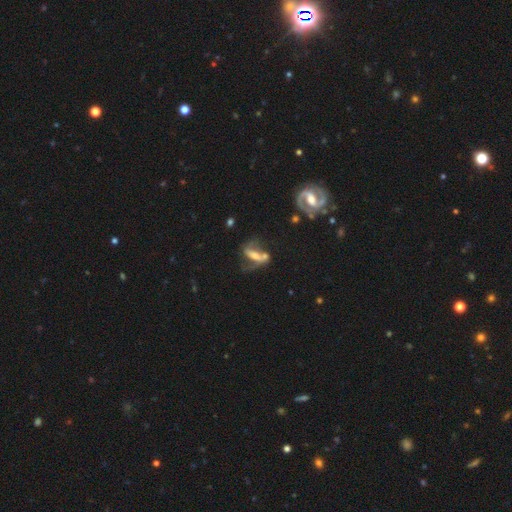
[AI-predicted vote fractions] featured or disk 62%, smooth 28%, star or artifact 10%. Down the decision tree: edge-on disk — no (80%); bar — strong (43%); spiral arms — yes (60%); bulge size — moderate (40%); merging — none (30%).